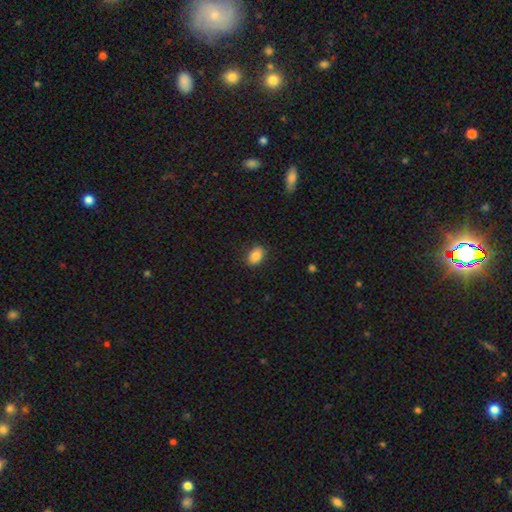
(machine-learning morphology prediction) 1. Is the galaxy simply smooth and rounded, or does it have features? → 86% smooth, 8% star or artifact, 6% featured or disk.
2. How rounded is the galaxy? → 77% in between, 22% round, 1% cigar-shaped.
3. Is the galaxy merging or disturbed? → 86% none, 11% minor disturbance, 2% major disturbance, 1% merger.